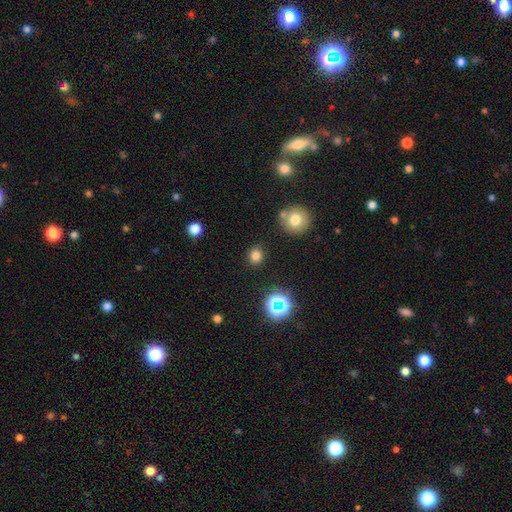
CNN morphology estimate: Smooth or featured? smooth (76%)
How rounded? round (86%)
Merging? none (87%)